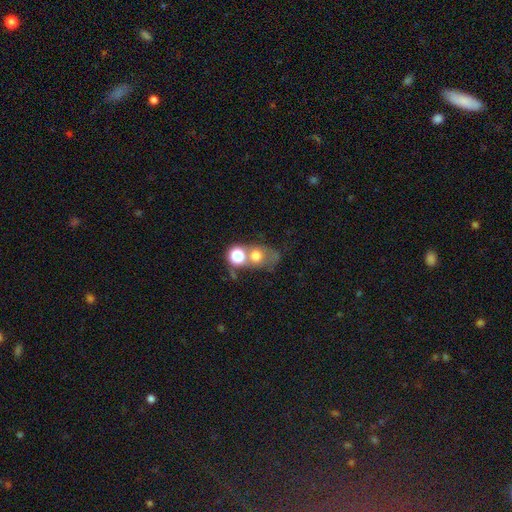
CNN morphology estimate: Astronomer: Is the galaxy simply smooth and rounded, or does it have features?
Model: smooth — 60%.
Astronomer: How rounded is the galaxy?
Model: round — 62% (runner-up: in between, 37%).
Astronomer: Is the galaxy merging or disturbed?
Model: merger — 44% (runner-up: none, 32%).